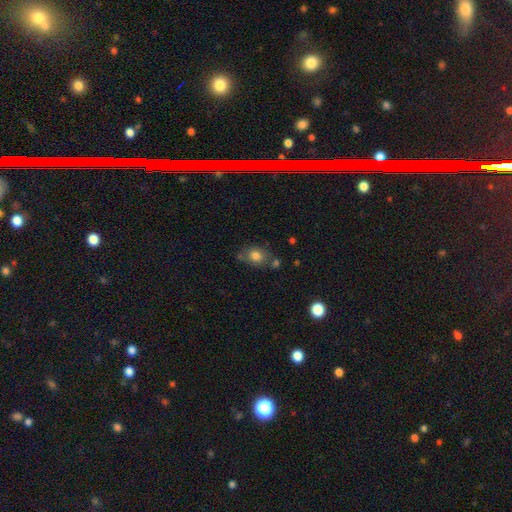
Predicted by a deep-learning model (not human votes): Smooth or featured? smooth (80%)
How rounded? in between (51%)
Merging? none (64%)